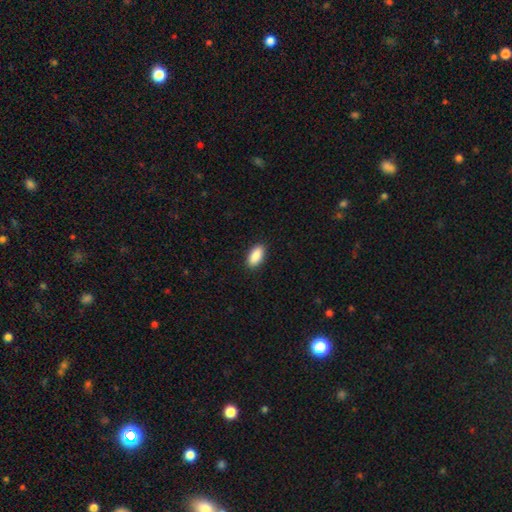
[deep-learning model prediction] smooth-or-featured: smooth: 90% | star or artifact: 6% | featured or disk: 4%
  how-rounded: in between: 91% | cigar-shaped: 6% | round: 3%
  merging: none: 89% | minor disturbance: 8% | major disturbance: 2% | merger: 1%